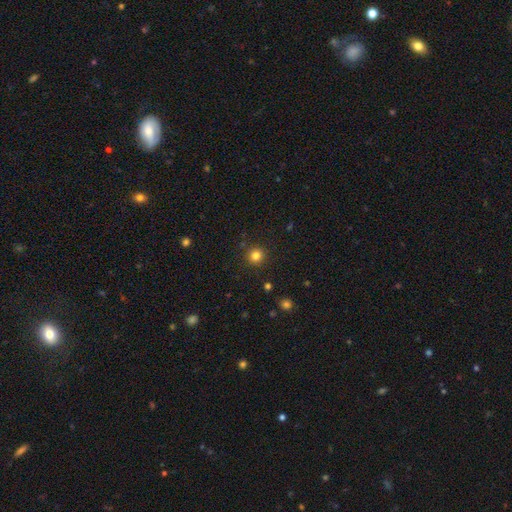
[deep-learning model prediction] This is clearly a smooth galaxy (81%). How rounded: clearly round (94%). Merging: clearly none (90%).